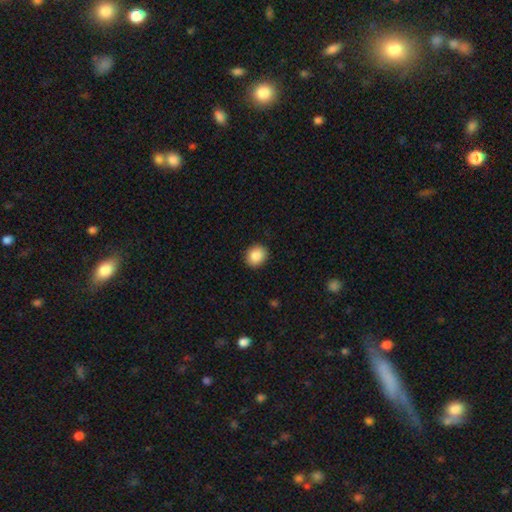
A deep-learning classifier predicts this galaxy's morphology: Smooth or featured? smooth (88%)
How rounded? round (63%)
Merging? none (90%)